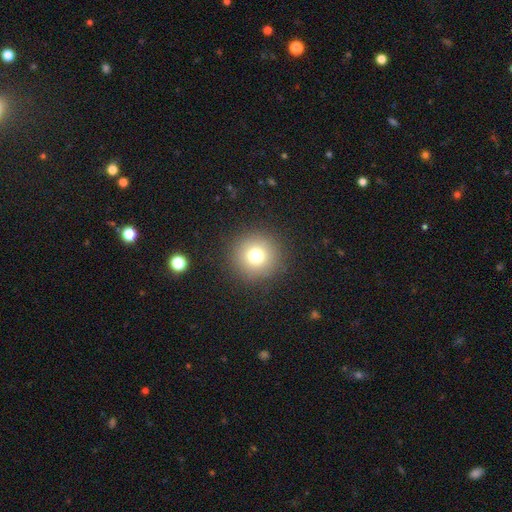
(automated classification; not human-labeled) Smooth or featured: smooth — 76% (star or artifact — 14%)
How rounded: round — 96% (in between — 4%)
Merging: none — 91% (minor disturbance — 6%)